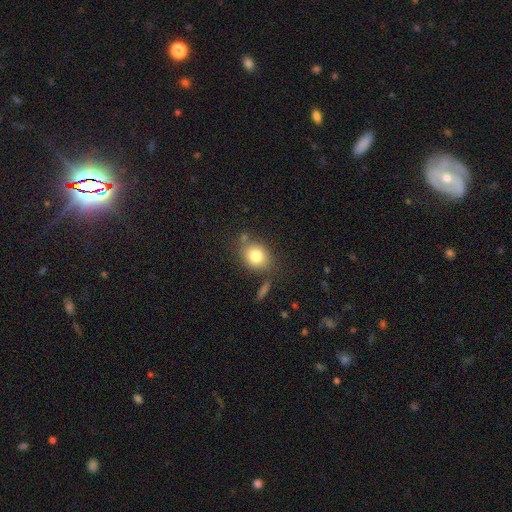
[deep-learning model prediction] smooth_or_featured: smooth (p=0.79) [alt: featured or disk p=0.11]
how_rounded: round (p=0.53) [alt: in between p=0.46]
merging: none (p=0.70) [alt: minor disturbance p=0.15]